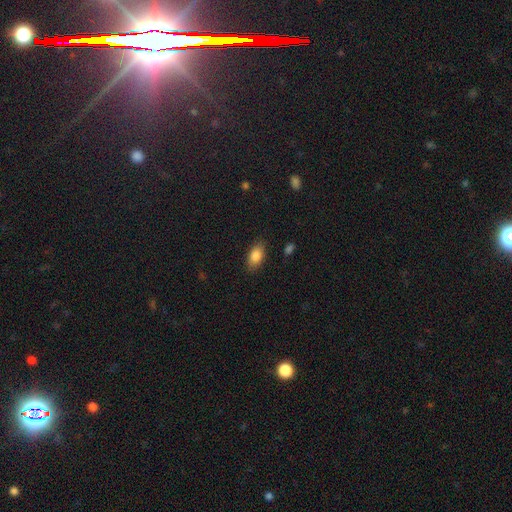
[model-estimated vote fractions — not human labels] smooth 85%, star or artifact 7%, featured or disk 7%. Down the decision tree: how rounded — in between (90%); merging — none (85%).